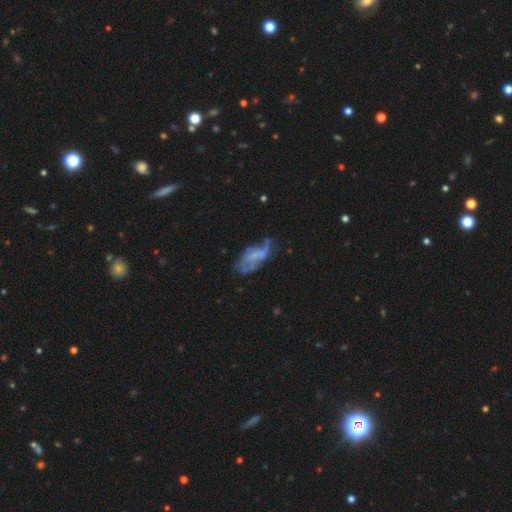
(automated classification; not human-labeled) The model was most divided on "merging": none: 35%, major disturbance: 28%, minor disturbance: 27%, merger: 10%. More confident: edge-on disk — no (93%); bar — no (72%); spiral arms — no (63%); smooth or featured — featured or disk (59%); bulge size — none (55%).